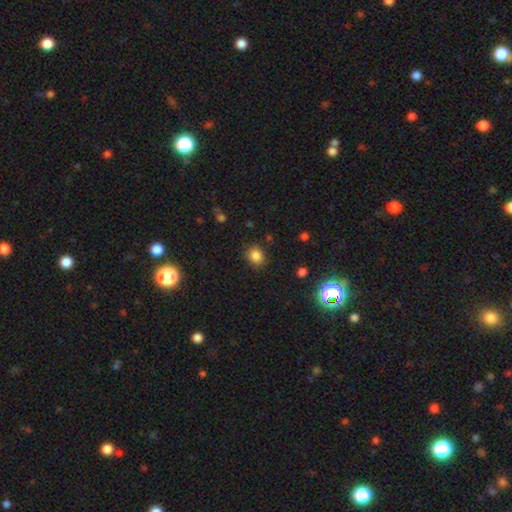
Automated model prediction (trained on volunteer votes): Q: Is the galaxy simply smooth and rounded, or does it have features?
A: smooth — 83%.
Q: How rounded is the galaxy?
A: round — 72%.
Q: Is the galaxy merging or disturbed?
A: none — 83%.